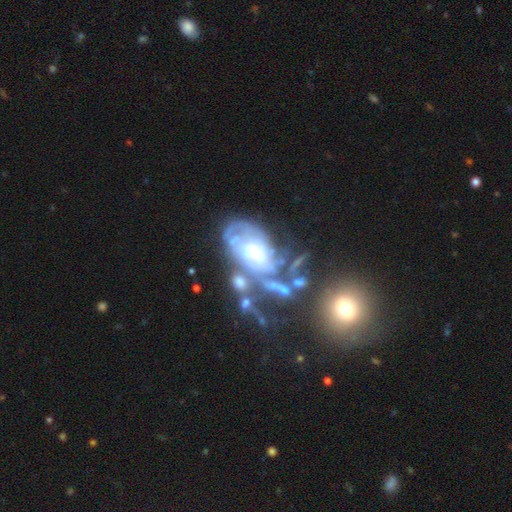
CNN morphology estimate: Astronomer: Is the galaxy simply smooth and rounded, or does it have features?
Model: featured or disk — 77%.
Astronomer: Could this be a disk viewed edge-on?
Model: no — 95%.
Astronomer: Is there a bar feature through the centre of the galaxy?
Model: no — 60%.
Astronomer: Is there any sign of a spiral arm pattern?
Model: yes — 81%.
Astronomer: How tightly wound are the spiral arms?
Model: tight — 55% (runner-up: medium, 33%).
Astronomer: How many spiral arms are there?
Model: can't tell — 51%.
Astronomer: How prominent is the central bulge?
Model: moderate — 43% (runner-up: small, 35%).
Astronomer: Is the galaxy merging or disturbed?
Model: none — 34% (runner-up: major disturbance, 27%).